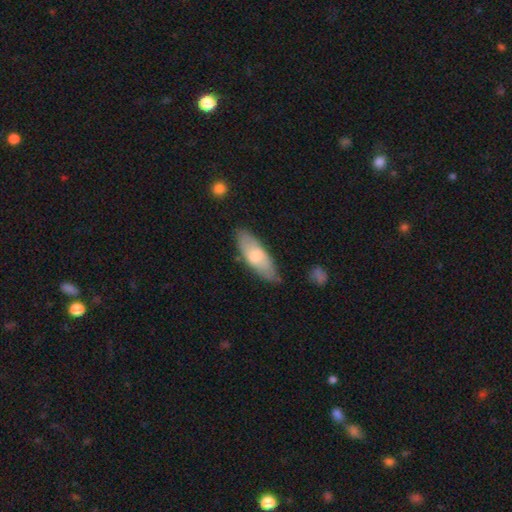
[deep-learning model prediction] This appears to be a smooth galaxy with no disk features (63%) that is in between round and cigar-shaped (68%). Merging: none (76%).